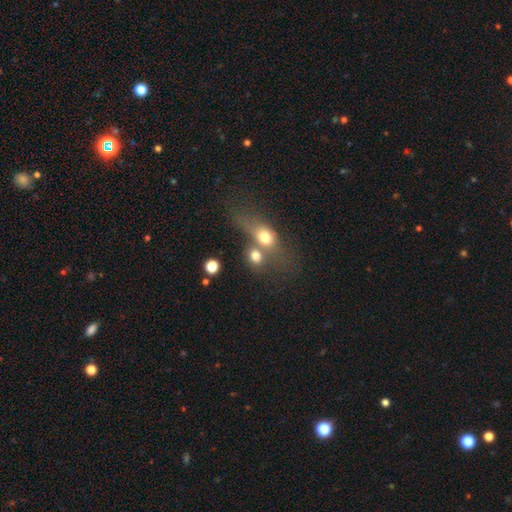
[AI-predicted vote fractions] Smooth or featured: smooth — 74% (featured or disk — 15%)
How rounded: round — 55% (in between — 41%)
Merging: merger — 57% (none — 26%)